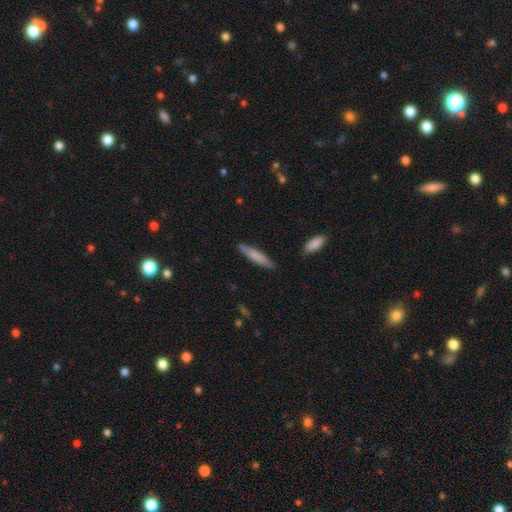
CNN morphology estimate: Smooth or featured?
  - smooth: 74% *
  - featured or disk: 20%
  - star or artifact: 5%
How rounded?
  - cigar-shaped: 89% *
  - in between: 9%
  - round: 1%
Merging?
  - none: 86% *
  - minor disturbance: 11%
  - major disturbance: 2%
  - merger: 2%